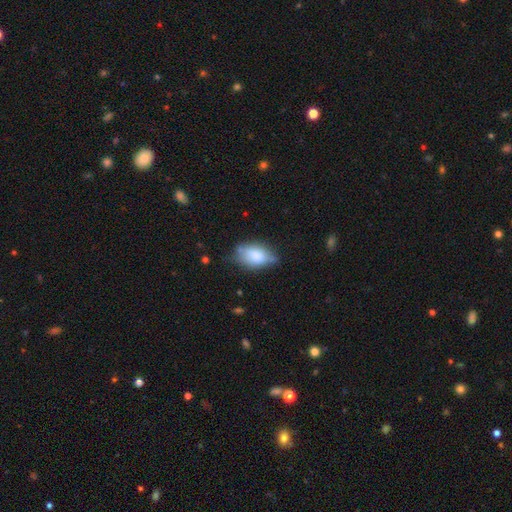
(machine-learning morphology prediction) Smooth or featured?
  - smooth: 73% *
  - featured or disk: 20%
  - star or artifact: 8%
How rounded?
  - in between: 89% *
  - round: 7%
  - cigar-shaped: 4%
Merging?
  - none: 55% *
  - minor disturbance: 32%
  - major disturbance: 8%
  - merger: 4%